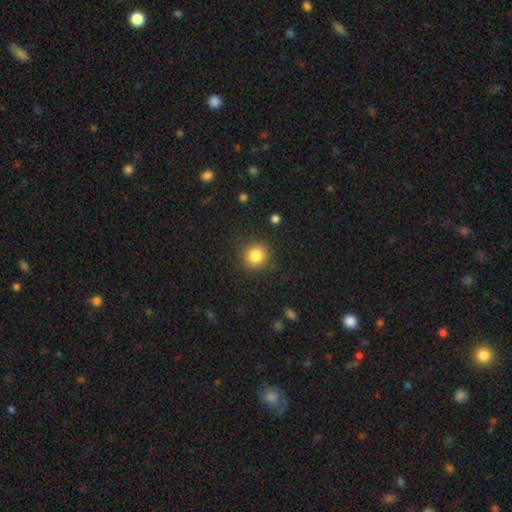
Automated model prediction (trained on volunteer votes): A smooth galaxy with no disk features (84%) that is round (90%). Merging: none (88%).